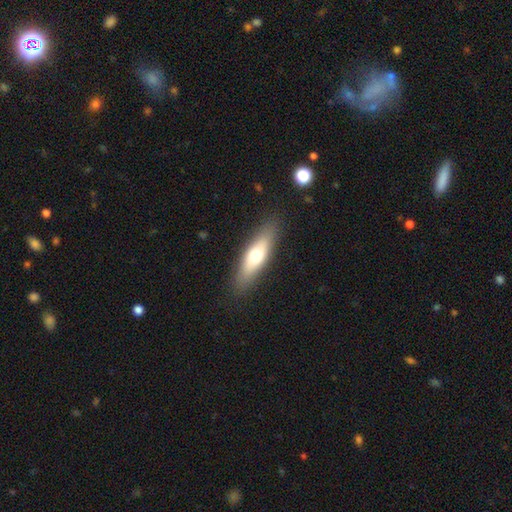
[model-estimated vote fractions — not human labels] Smooth or featured: smooth — 61% (featured or disk — 33%)
How rounded: cigar-shaped — 54% (in between — 44%)
Merging: none — 86% (minor disturbance — 10%)